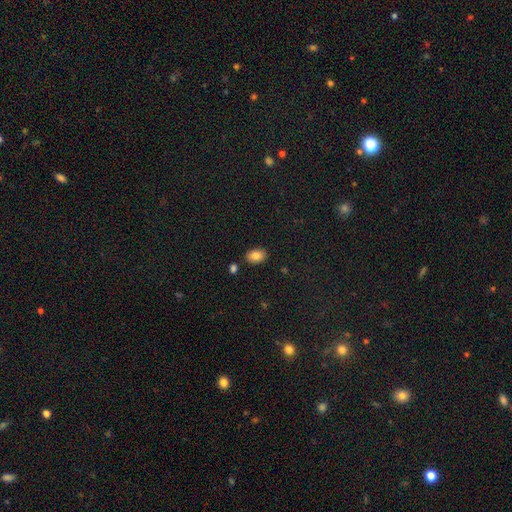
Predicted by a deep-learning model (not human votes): Smooth or featured? Predicted: smooth (p=0.84). How rounded? Predicted: in between (p=0.84). Merging? Predicted: none (p=0.84).